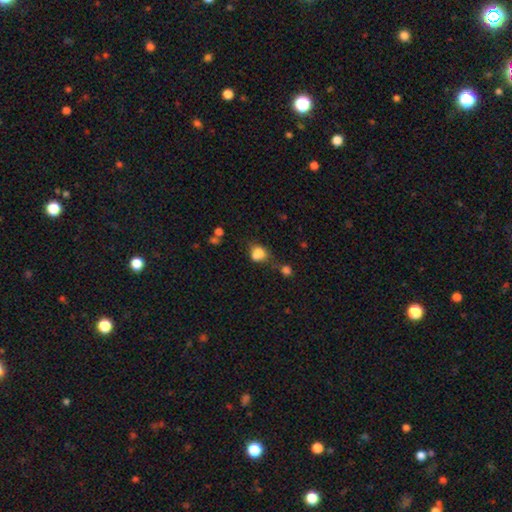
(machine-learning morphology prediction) smooth-or-featured: smooth: 76% | star or artifact: 12% | featured or disk: 12%
  how-rounded: round: 49% (tied) | in between: 49% (tied) | cigar-shaped: 1%
  merging: none: 38% | merger: 30% | minor disturbance: 21% | major disturbance: 11%